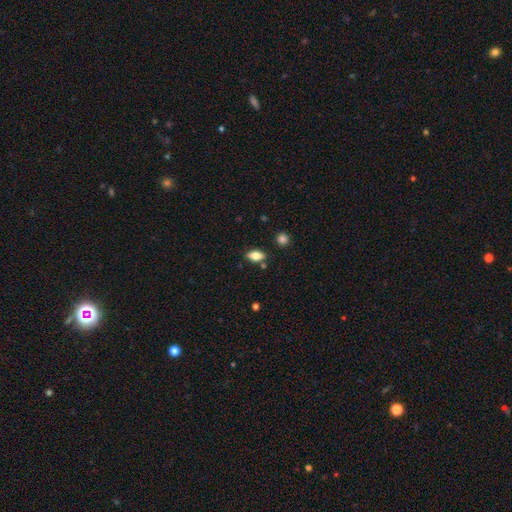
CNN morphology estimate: Overall: smooth (68%). How rounded: in between (84%). Merging: none (81%).